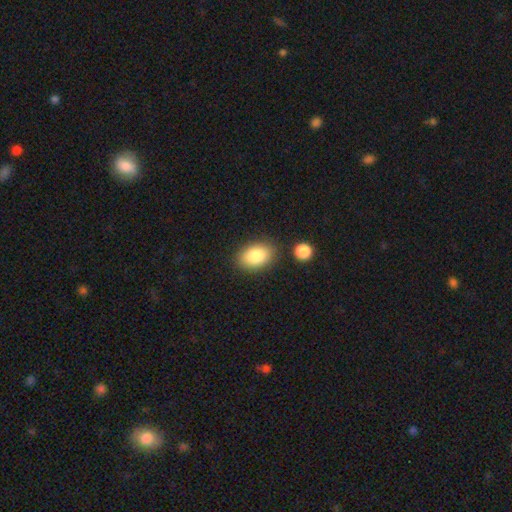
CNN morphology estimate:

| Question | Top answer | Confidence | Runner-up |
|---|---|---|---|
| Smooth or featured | smooth | 86% | star or artifact (7%) |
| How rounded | in between | 86% | round (12%) |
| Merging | none | 81% | minor disturbance (11%) |